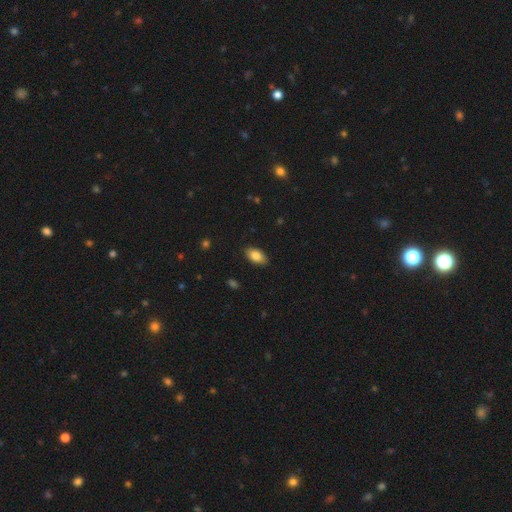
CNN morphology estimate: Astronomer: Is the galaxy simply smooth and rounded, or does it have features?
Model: smooth — 83%.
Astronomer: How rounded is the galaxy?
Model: in between — 92%.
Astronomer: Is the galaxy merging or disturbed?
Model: none — 87%.